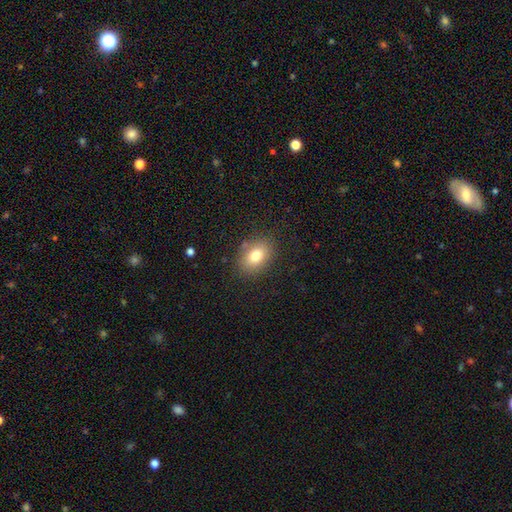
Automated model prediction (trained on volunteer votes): Overall: smooth (79%). How rounded: in between (76%). Merging: none (82%).